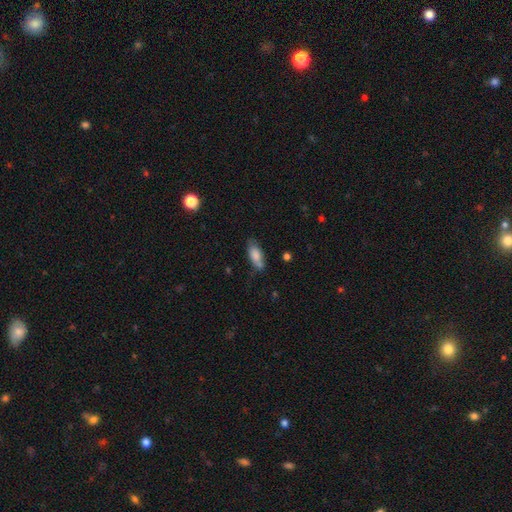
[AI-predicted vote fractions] Overall: smooth (82%). How rounded: in between (82%). Merging: none (61%; minor disturbance 25%).